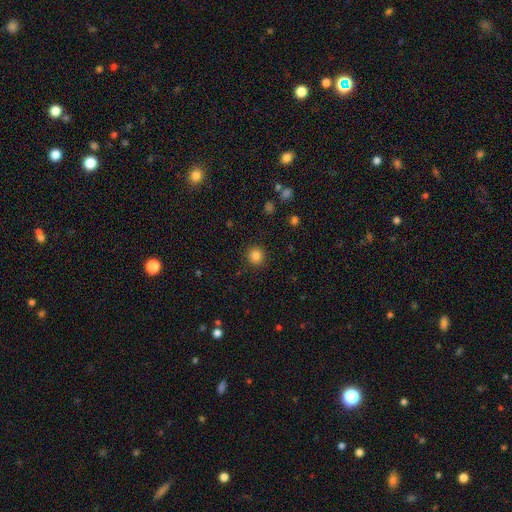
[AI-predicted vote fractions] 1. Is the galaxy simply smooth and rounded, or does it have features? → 84% smooth, 12% star or artifact, 4% featured or disk.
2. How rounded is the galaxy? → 94% round, 5% in between, 1% cigar-shaped.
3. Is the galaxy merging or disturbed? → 91% none, 6% minor disturbance, 2% major disturbance, 1% merger.